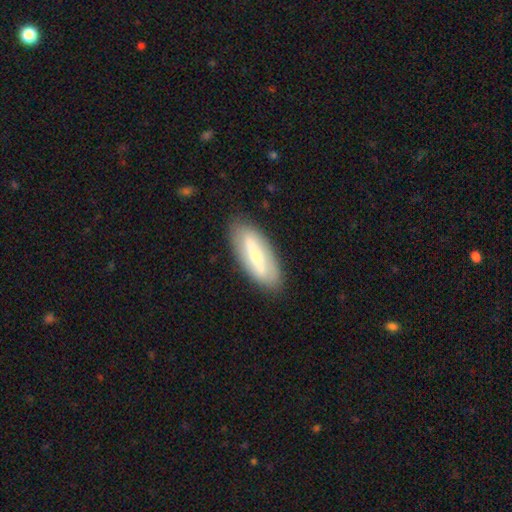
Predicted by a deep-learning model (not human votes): A featured or disk galaxy (58%).

Vote fractions:
- Smooth or featured? featured or disk: 58% / smooth: 36% / star or artifact: 6%
- Edge-on disk? no: 76% / yes: 24%
- Merging? none: 85% / minor disturbance: 11% / major disturbance: 3% / merger: 1%